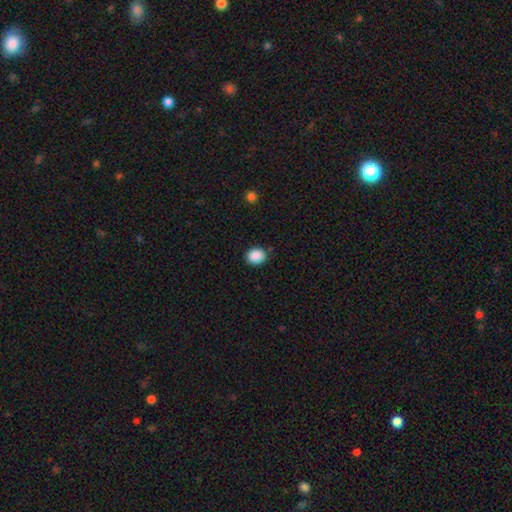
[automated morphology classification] Smooth or featured? Predicted: smooth (p=0.89). How rounded? Predicted: round (p=0.60). Merging? Predicted: none (p=0.86).